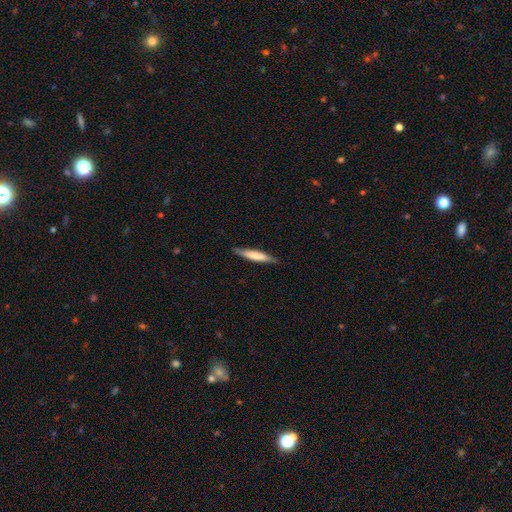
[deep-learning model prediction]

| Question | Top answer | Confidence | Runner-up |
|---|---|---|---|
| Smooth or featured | smooth | 65% | featured or disk (30%) |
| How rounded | cigar-shaped | 91% | in between (8%) |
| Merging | none | 86% | minor disturbance (11%) |